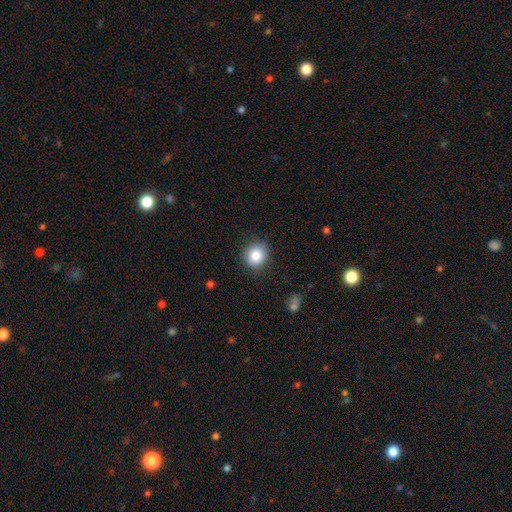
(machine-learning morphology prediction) Smooth or featured?
  - smooth: 84% *
  - star or artifact: 10%
  - featured or disk: 6%
How rounded?
  - round: 84% *
  - in between: 15%
  - cigar-shaped: 1%
Merging?
  - none: 87% *
  - minor disturbance: 9%
  - major disturbance: 2%
  - merger: 1%